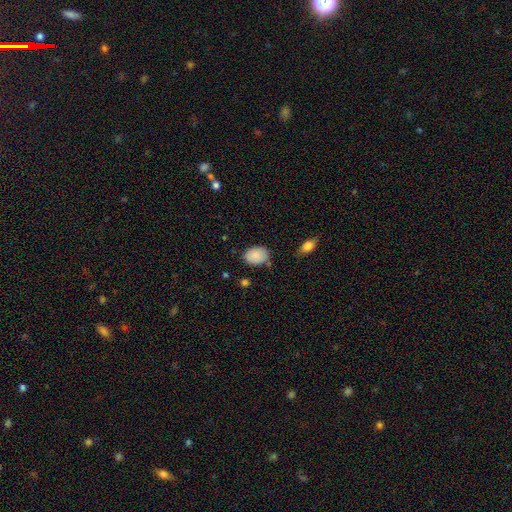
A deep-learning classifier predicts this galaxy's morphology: Smooth or featured: smooth — 88% (star or artifact — 7%)
How rounded: in between — 73% (round — 26%)
Merging: none — 72% (minor disturbance — 21%)